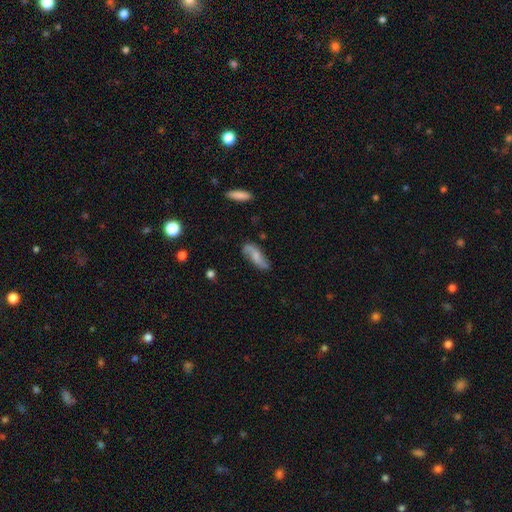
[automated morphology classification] smooth_or_featured: featured or disk (p=0.56) [alt: smooth p=0.37]
disk_edge_on: no (p=0.89) [alt: yes p=0.11]
merging: none (p=0.71) [alt: minor disturbance p=0.21]